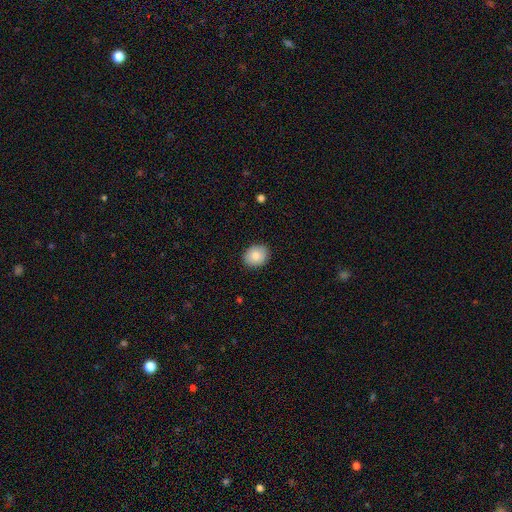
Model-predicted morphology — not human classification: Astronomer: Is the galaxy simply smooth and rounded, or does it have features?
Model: smooth — 84%.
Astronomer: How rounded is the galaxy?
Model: round — 58% (runner-up: in between, 42%).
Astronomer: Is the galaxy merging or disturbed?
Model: none — 89%.